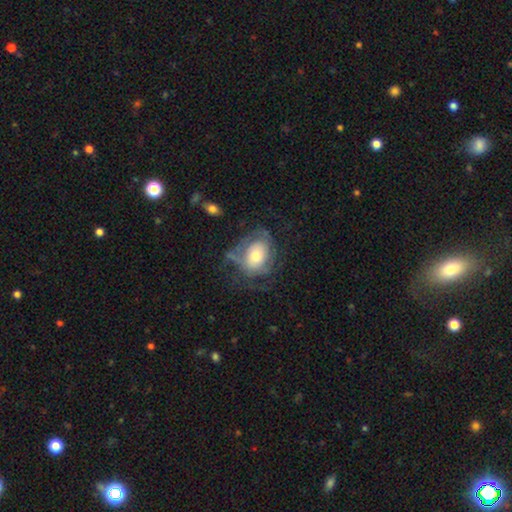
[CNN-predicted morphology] A featured or disk galaxy (58%) with no bar (77%), spiral arms (68%) and a moderate central bulge (50%).

Vote fractions:
- Smooth or featured? featured or disk: 58% / smooth: 34% / star or artifact: 8%
- Edge-on disk? no: 96% / yes: 4%
- Bar? no: 77% / weak: 19% / strong: 5%
- Spiral arms? yes: 68% / no: 32%
- Bulge size? moderate: 50% / large: 25% / small: 20% / dominant: 3% / none: 2%
- Merging? none: 47% / major disturbance: 27% / minor disturbance: 24% / merger: 2%